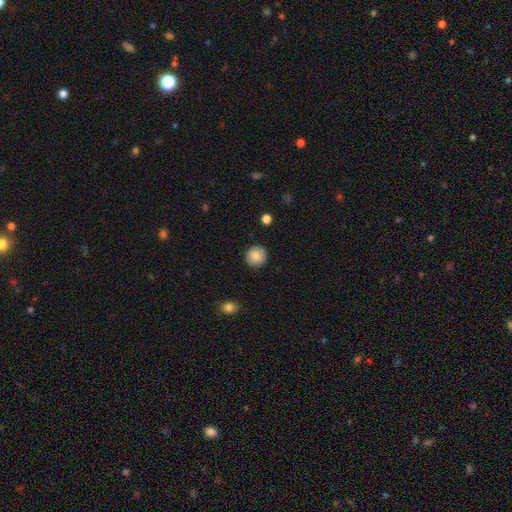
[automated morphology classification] A smooth galaxy with no disk features (86%) that is round (93%).

Vote fractions:
- Smooth or featured? smooth: 86% / star or artifact: 8% / featured or disk: 6%
- How rounded? round: 93% / in between: 6% / cigar-shaped: 1%
- Merging? none: 90% / minor disturbance: 7% / major disturbance: 2% / merger: 1%